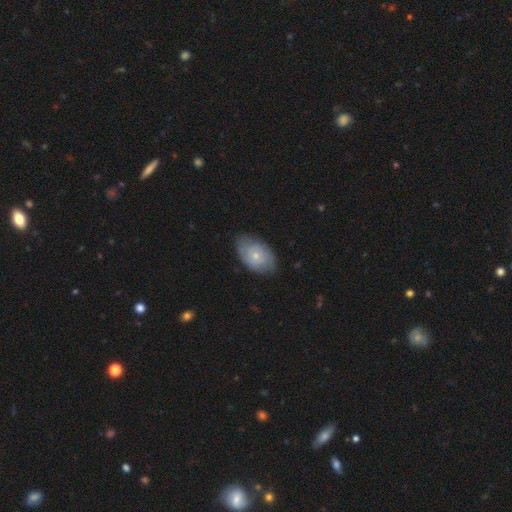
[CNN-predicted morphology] Q: Smooth or featured?
A: smooth (51%); runner-up: featured or disk (43%)
Q: How rounded?
A: in between (87%); runner-up: round (11%)
Q: Merging?
A: none (72%); runner-up: minor disturbance (22%)